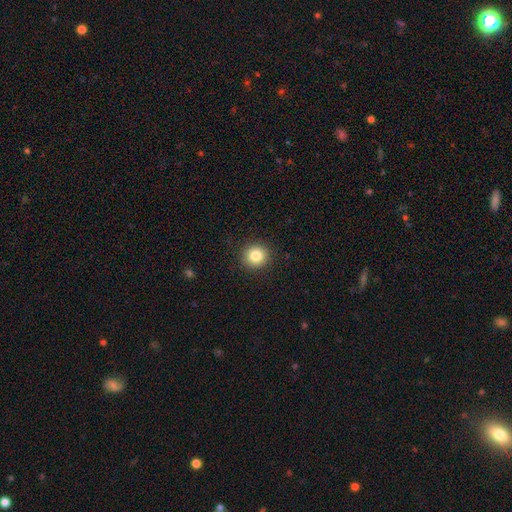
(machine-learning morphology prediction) smooth-or-featured: smooth: 83% | star or artifact: 11% | featured or disk: 7%
  how-rounded: round: 93% | in between: 7% | cigar-shaped: 1%
  merging: none: 91% | minor disturbance: 6% | major disturbance: 2% | merger: 1%